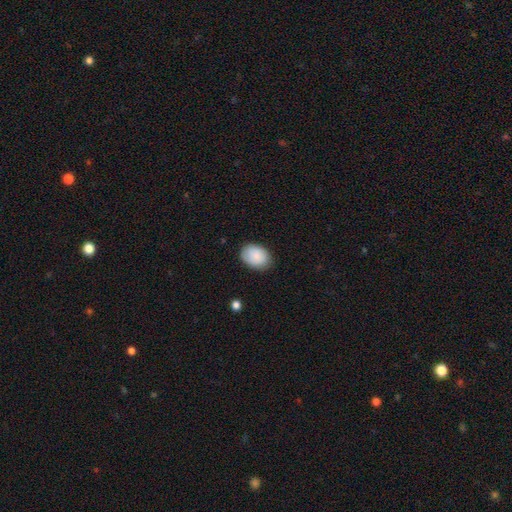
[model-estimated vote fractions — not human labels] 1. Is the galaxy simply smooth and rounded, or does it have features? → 86% smooth, 7% featured or disk, 7% star or artifact.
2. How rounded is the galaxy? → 73% in between, 26% round, 1% cigar-shaped.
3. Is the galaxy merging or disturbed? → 83% none, 13% minor disturbance, 3% major disturbance, 1% merger.